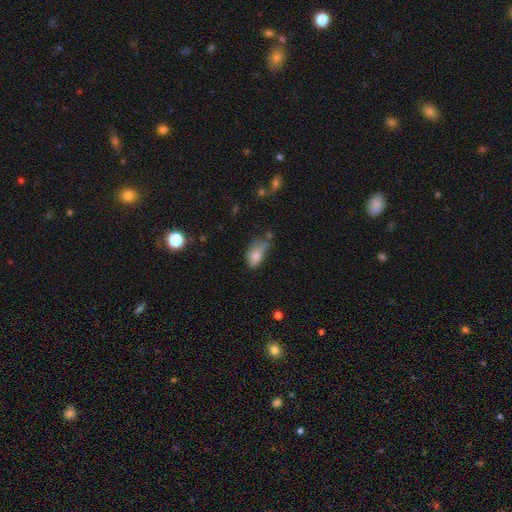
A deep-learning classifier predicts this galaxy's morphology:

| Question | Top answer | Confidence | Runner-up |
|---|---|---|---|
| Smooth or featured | smooth | 76% | featured or disk (13%) |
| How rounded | in between | 86% | round (9%) |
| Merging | minor disturbance | 37% | none (33%) |